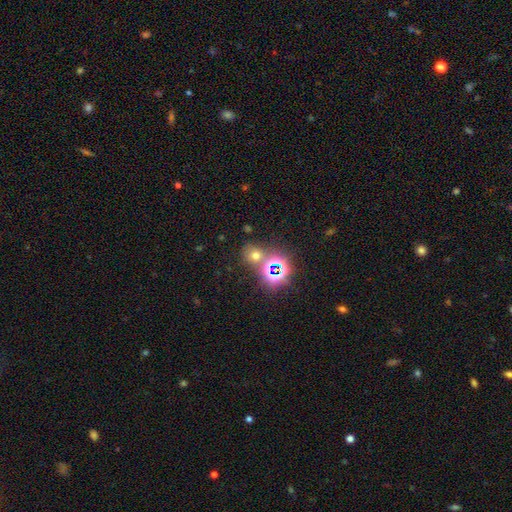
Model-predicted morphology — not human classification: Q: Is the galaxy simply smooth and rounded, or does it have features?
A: smooth — 52%.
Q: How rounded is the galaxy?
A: round — 69%.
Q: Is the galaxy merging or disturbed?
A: none — 62%.